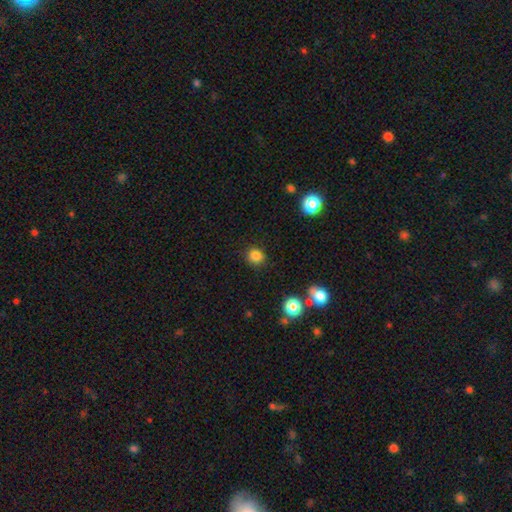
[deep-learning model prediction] Smooth or featured? smooth (83%)
How rounded? round (85%)
Merging? none (85%)